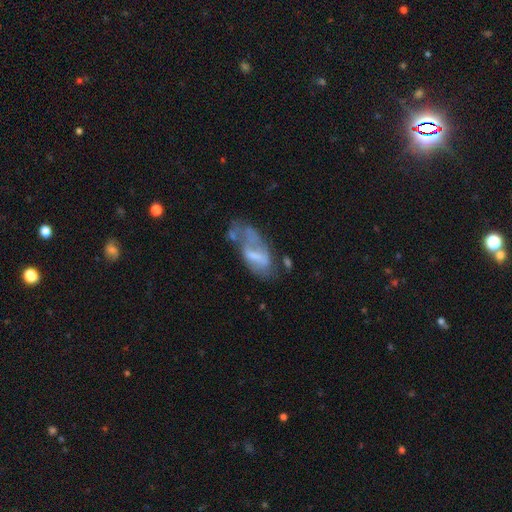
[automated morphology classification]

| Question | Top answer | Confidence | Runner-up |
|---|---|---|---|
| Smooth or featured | featured or disk | 54% | smooth (36%) |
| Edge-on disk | no | 91% | yes (9%) |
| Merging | none | 30% | major disturbance (29%) |